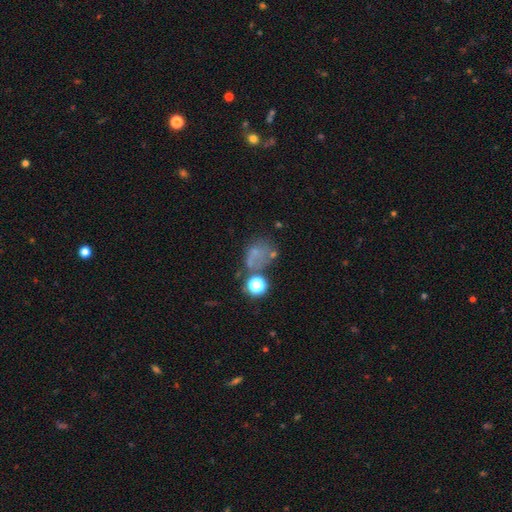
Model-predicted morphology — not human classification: type=smooth (45%); merging=none (33%).